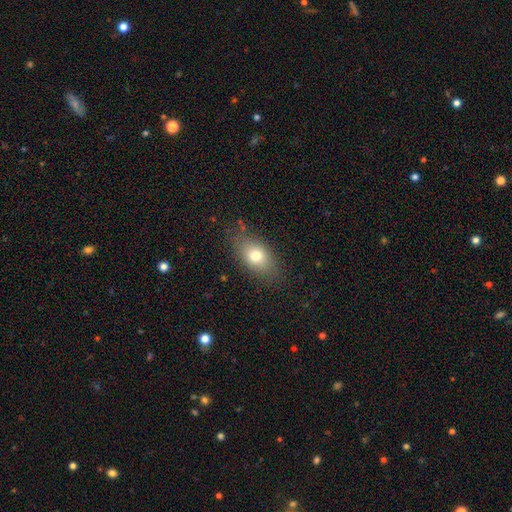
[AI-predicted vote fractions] smooth_or_featured: smooth (p=0.74) [alt: featured or disk p=0.15]
how_rounded: in between (p=0.81) [alt: round p=0.15]
merging: none (p=0.81) [alt: minor disturbance p=0.13]